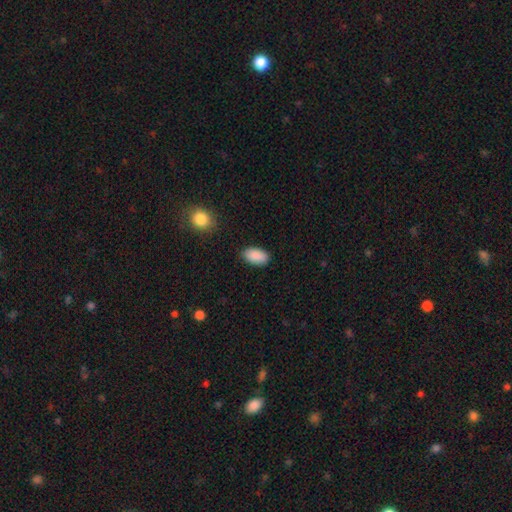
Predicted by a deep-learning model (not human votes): smooth 91%, star or artifact 7%, featured or disk 3%. Down the decision tree: how rounded — in between (95%); merging — none (87%).